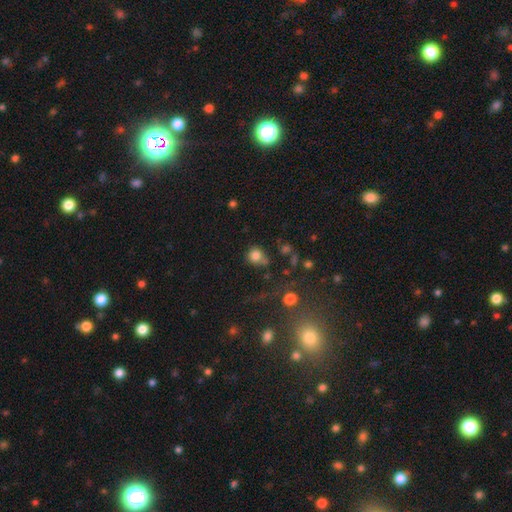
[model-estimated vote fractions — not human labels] Smooth or featured? Predicted: smooth (p=0.79). How rounded? Predicted: round (p=0.88). Merging? Predicted: none (p=0.64).